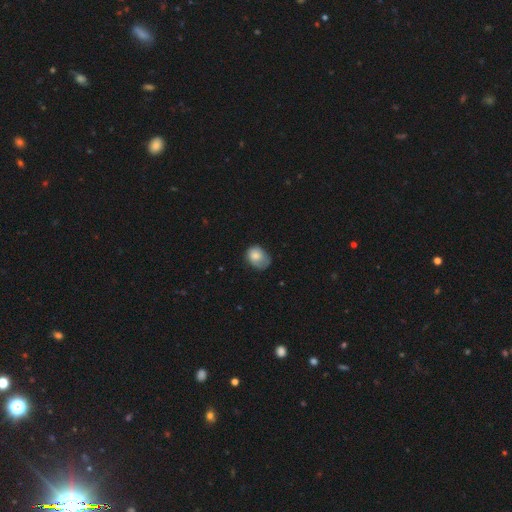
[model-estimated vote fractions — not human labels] The model was most divided on "merging": none: 42%, minor disturbance: 37%, major disturbance: 19%, merger: 2%. More confident: smooth or featured — smooth (74%); how rounded — in between (56%).